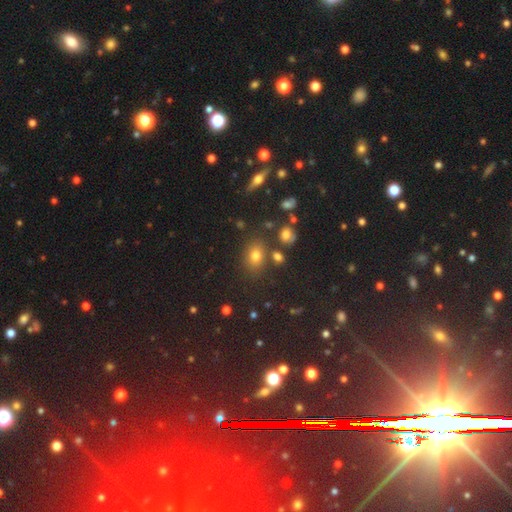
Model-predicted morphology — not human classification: Smooth or featured?
  - smooth: 67% *
  - star or artifact: 20%
  - featured or disk: 13%
How rounded?
  - in between: 61% *
  - round: 37%
  - cigar-shaped: 3%
Merging?
  - none: 78% *
  - minor disturbance: 11%
  - merger: 7%
  - major disturbance: 4%